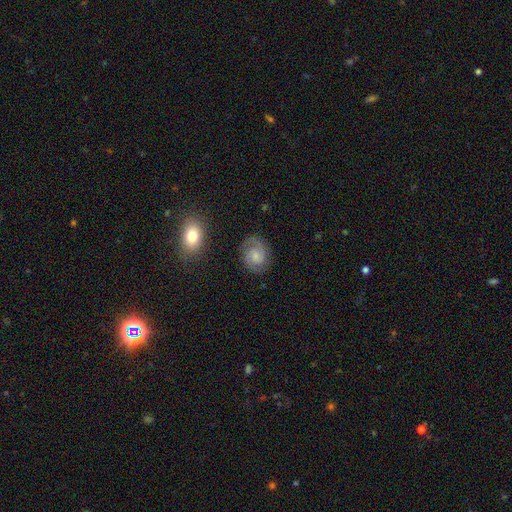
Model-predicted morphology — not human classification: This appears to be a featured or disk galaxy (66%) with no bar (65%), 2 (80%) medium (44%) spiral arms (94%) and a small central bulge (55%). Merging: none (77%).